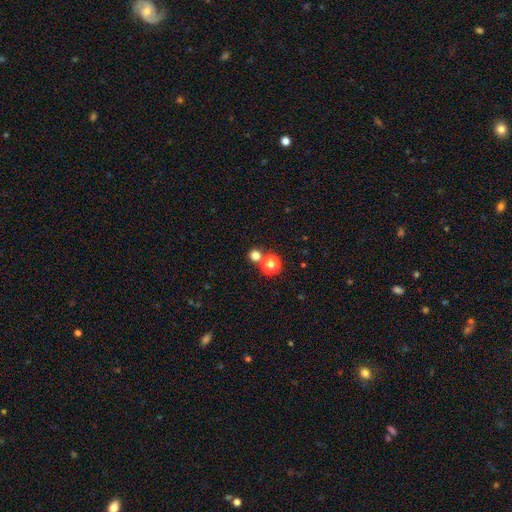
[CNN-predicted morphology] smooth_or_featured: smooth (p=0.74) [alt: star or artifact p=0.20]
how_rounded: round (p=0.91) [alt: in between p=0.08]
merging: none (p=0.70) [alt: merger p=0.21]